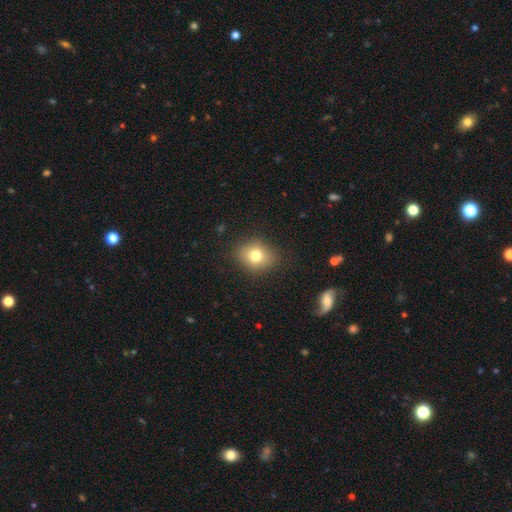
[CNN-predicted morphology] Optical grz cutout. It shows a smooth galaxy with no disk features (76%) that is round (62%). Merging: none (85%).